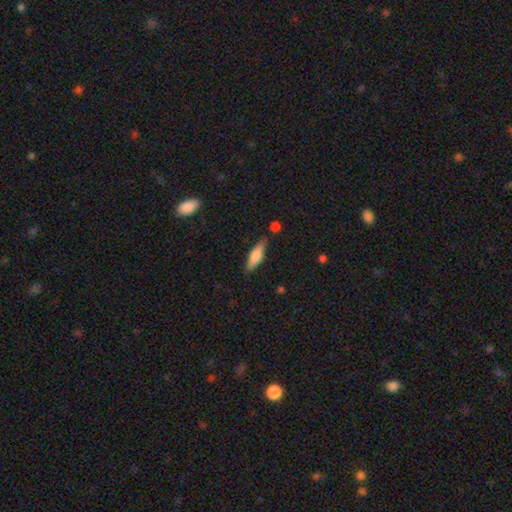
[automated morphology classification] This is likely a smooth galaxy (66%). How rounded: likely cigar-shaped (65%). Merging: clearly none (81%).